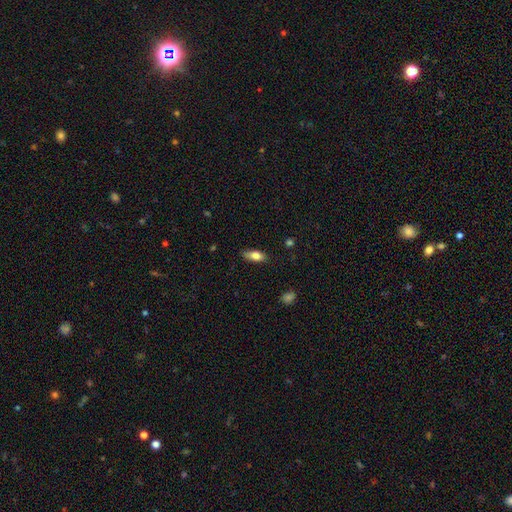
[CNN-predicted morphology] type=smooth (77%); roundness=in between (78%); merging=none (81%).